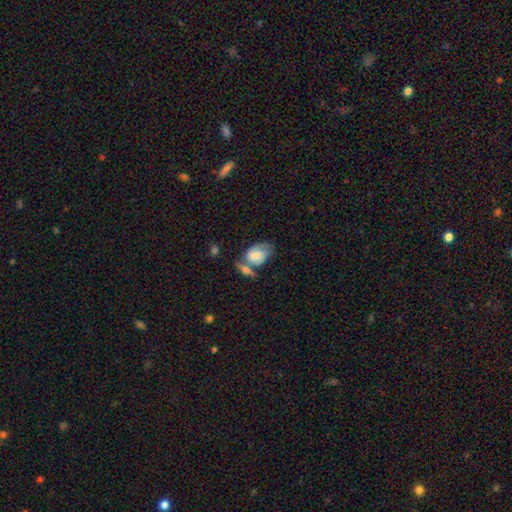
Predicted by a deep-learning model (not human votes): The model was most divided on "smooth or featured": featured or disk: 50%, smooth: 42%, star or artifact: 7%. Remaining: edge-on disk — no (94%); merging — merger (40%).